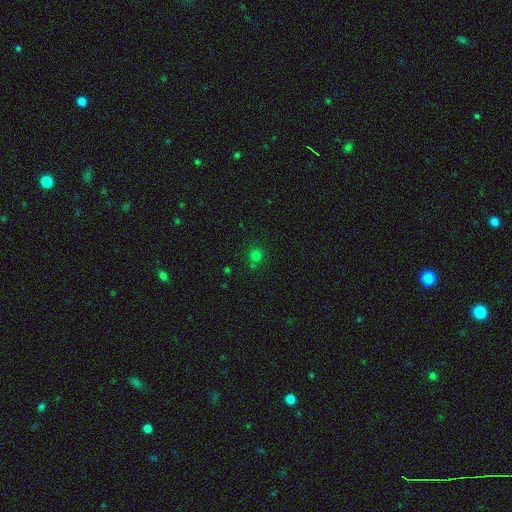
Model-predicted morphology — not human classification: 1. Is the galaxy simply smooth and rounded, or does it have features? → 72% smooth, 22% star or artifact, 6% featured or disk.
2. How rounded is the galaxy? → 91% round, 8% in between, 1% cigar-shaped.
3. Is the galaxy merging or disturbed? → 76% none, 11% merger, 9% minor disturbance, 3% major disturbance.